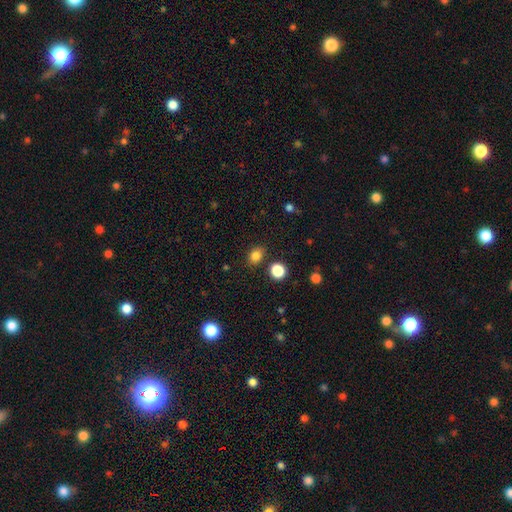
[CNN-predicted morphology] Overall: smooth (82%). How rounded: in between (51%; round 48%). Merging: none (81%).